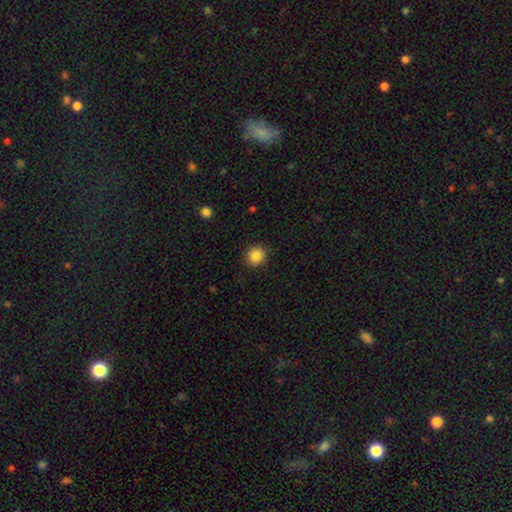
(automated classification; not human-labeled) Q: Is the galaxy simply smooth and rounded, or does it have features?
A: smooth — 86%.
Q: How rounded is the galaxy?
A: round — 90%.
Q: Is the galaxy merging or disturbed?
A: none — 89%.